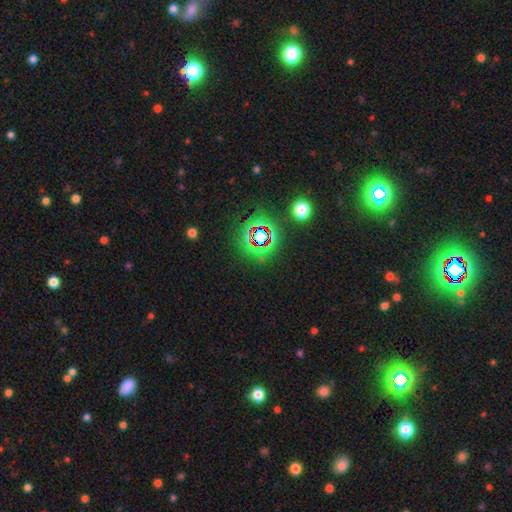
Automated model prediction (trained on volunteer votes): Morphology: type=star or artifact (58%).